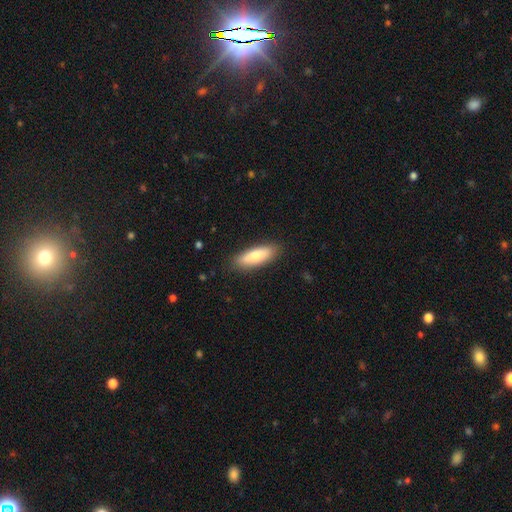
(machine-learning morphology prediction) Q: Smooth or featured?
A: smooth (78%); runner-up: featured or disk (16%)
Q: How rounded?
A: in between (51%); runner-up: cigar-shaped (47%)
Q: Merging?
A: none (87%); runner-up: minor disturbance (10%)